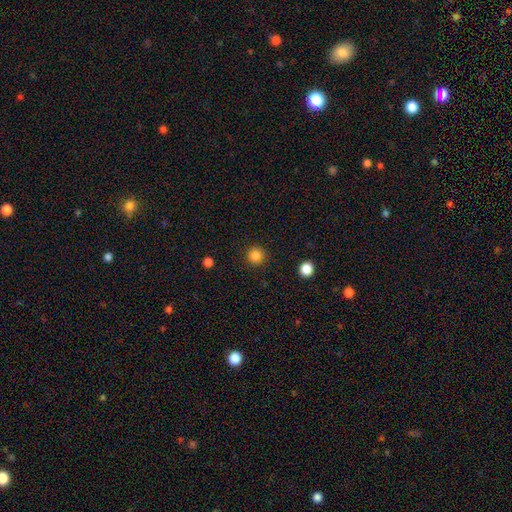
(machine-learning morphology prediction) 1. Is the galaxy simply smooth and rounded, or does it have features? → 85% smooth, 12% star or artifact, 3% featured or disk.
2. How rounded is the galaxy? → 95% round, 4% in between, 1% cigar-shaped.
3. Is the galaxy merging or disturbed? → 92% none, 5% minor disturbance, 2% major disturbance, 1% merger.